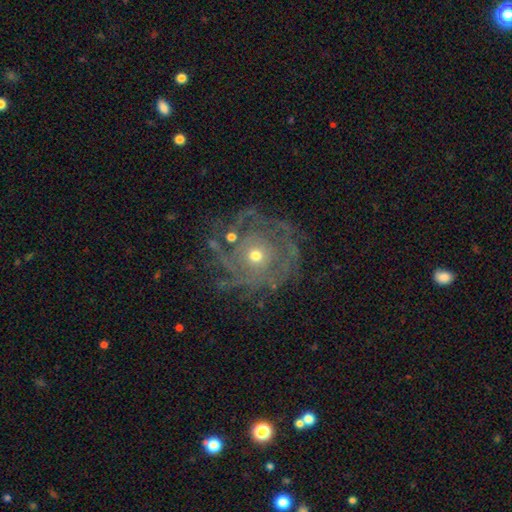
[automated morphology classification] featured or disk 74%, smooth 15%, star or artifact 10%. Down the decision tree: edge-on disk — no (97%); bar — no (85%); spiral arms — yes (77%); spiral arm count — can't tell (41%); spiral winding — tight (62%); bulge size — small (55%); merging — none (62%).